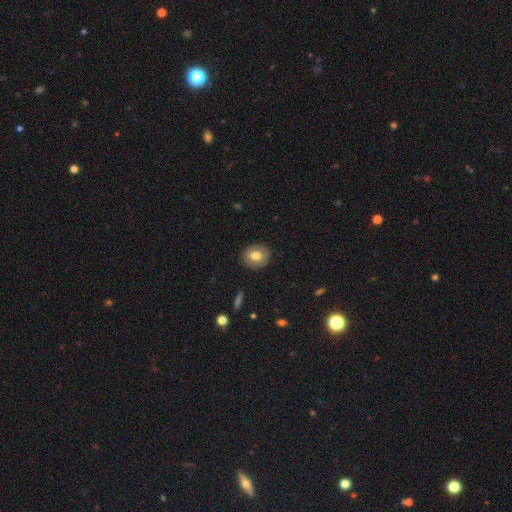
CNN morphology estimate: smooth_or_featured: smooth (p=0.73) [alt: featured or disk p=0.19]
how_rounded: round (p=0.70) [alt: in between p=0.29]
merging: none (p=0.89) [alt: minor disturbance p=0.08]